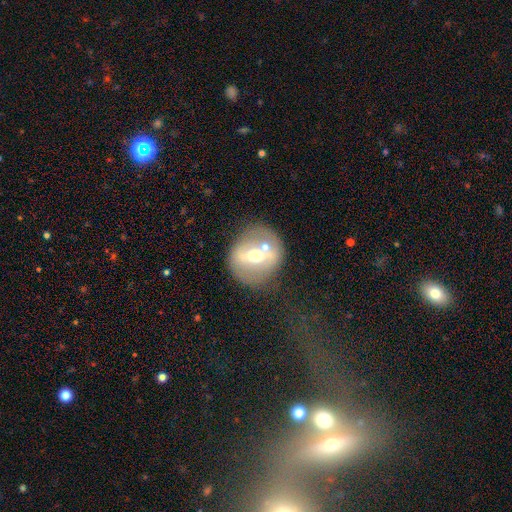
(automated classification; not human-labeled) Morphology: type=featured or disk (55%); edge-on=no (88%); merging=none (65%).